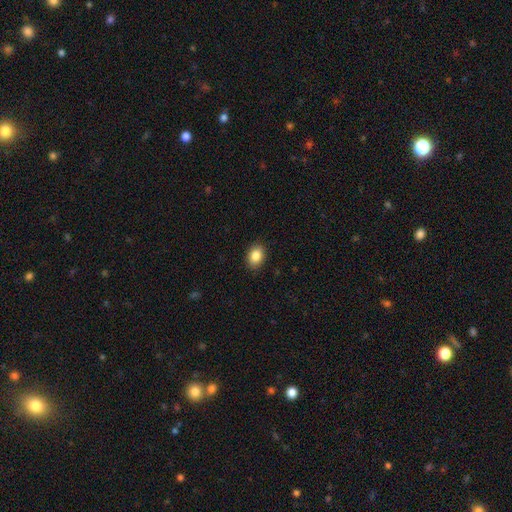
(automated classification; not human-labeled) This is clearly a smooth galaxy (86%). How rounded: likely in between (70%). Merging: clearly none (88%).